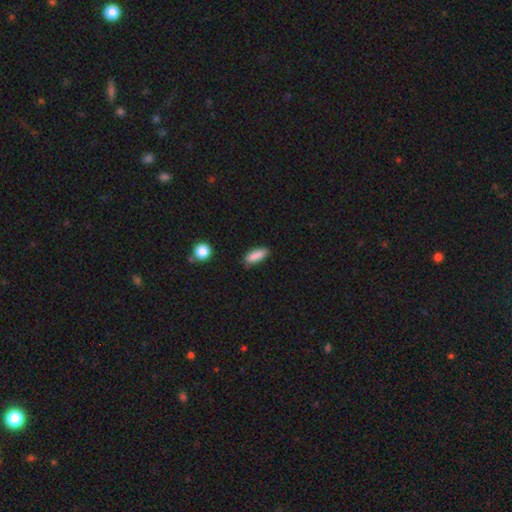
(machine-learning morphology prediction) Q: Smooth or featured?
A: smooth (88%); runner-up: star or artifact (7%)
Q: How rounded?
A: in between (67%); runner-up: cigar-shaped (30%)
Q: Merging?
A: none (83%); runner-up: minor disturbance (13%)